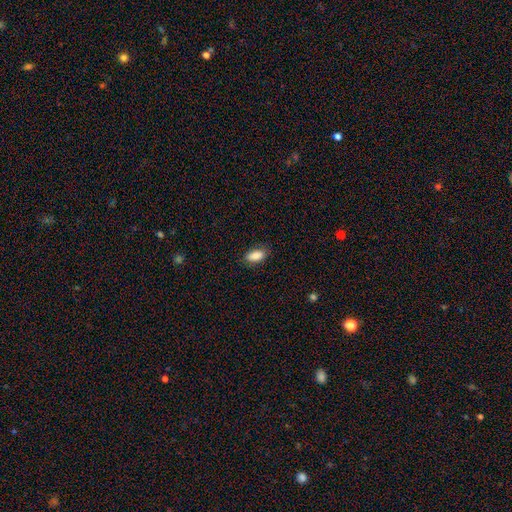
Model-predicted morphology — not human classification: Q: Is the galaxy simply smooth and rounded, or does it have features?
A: smooth — 87%.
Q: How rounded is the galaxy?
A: in between — 90%.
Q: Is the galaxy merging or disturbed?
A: none — 82%.